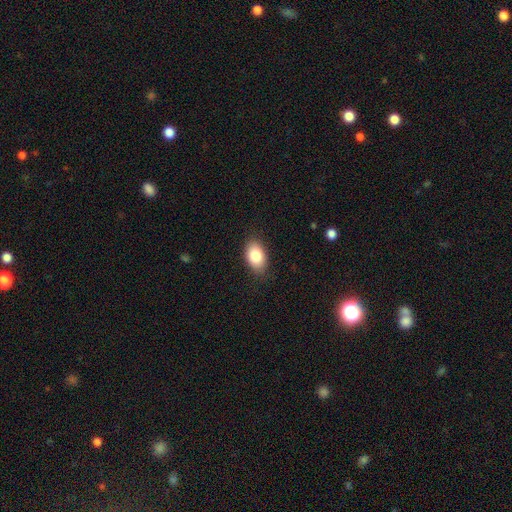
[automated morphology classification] This is clearly a smooth galaxy (84%). How rounded: clearly in between (90%). Merging: clearly none (85%).